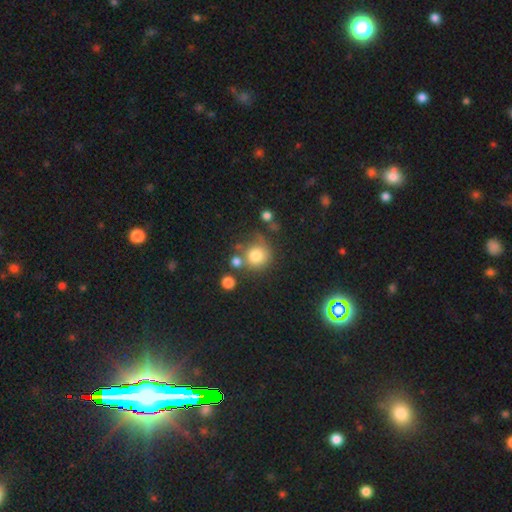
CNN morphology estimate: smooth_or_featured: smooth (p=0.77) [alt: star or artifact p=0.12]
how_rounded: round (p=0.88) [alt: in between p=0.11]
merging: none (p=0.55) [alt: merger p=0.19]